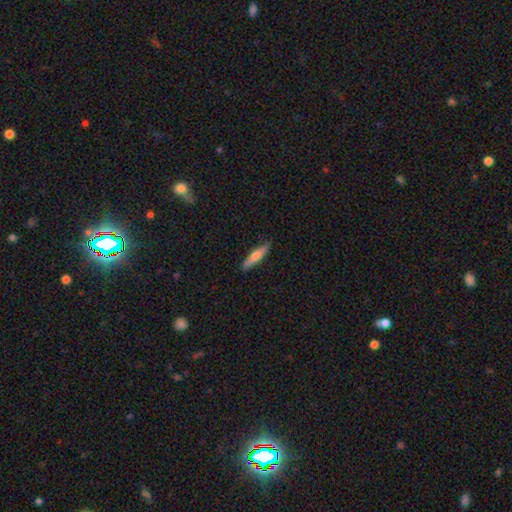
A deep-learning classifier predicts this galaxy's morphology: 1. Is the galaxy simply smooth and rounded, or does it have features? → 57% smooth, 37% featured or disk, 6% star or artifact.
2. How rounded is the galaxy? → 85% cigar-shaped, 13% in between, 2% round.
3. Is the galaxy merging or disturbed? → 88% none, 9% minor disturbance, 2% major disturbance, 1% merger.